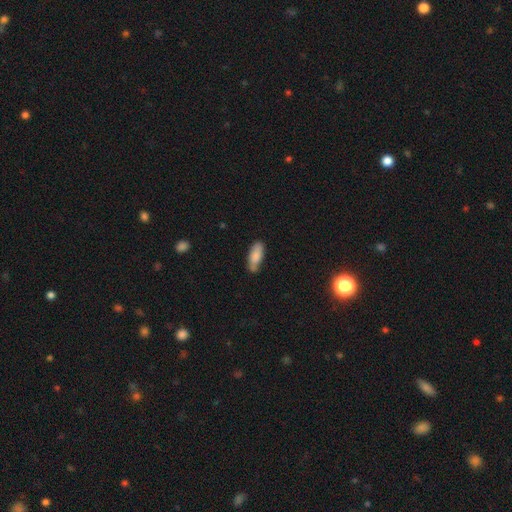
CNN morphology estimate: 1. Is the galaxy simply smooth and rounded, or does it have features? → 82% smooth, 12% featured or disk, 7% star or artifact.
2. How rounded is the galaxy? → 75% in between, 23% cigar-shaped, 2% round.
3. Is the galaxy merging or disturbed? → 62% none, 28% minor disturbance, 5% merger, 5% major disturbance.